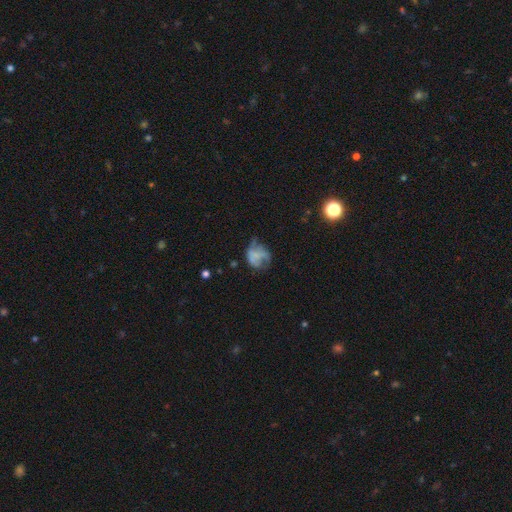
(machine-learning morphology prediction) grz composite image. It shows a smooth galaxy with no disk features (46%). Merging: major disturbance (35%).